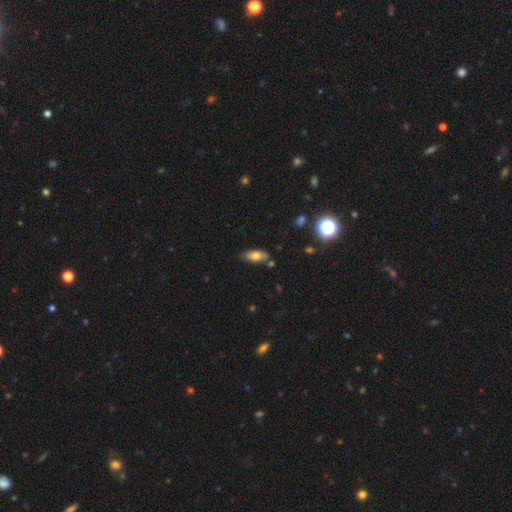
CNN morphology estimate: Overall: smooth (74%). How rounded: in between (85%). Merging: none (74%).